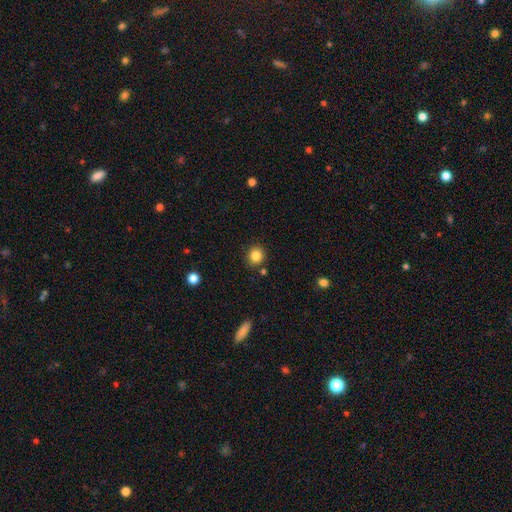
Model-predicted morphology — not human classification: Smooth or featured? Predicted: smooth (p=0.85). How rounded? Predicted: round (p=0.86). Merging? Predicted: none (p=0.87).